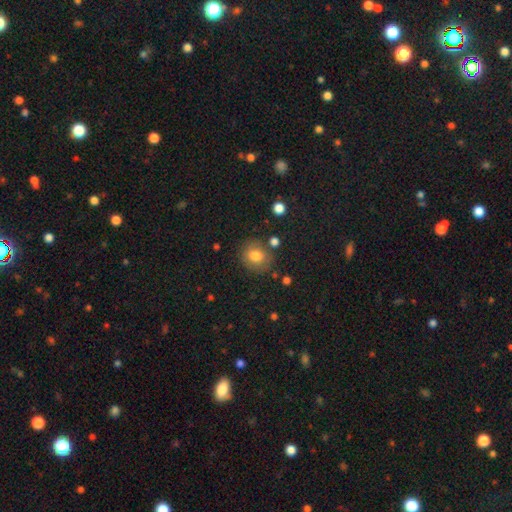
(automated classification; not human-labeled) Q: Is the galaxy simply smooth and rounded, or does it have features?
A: smooth — 79%.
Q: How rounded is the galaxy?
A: round — 72%.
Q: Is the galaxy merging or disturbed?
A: none — 78%.